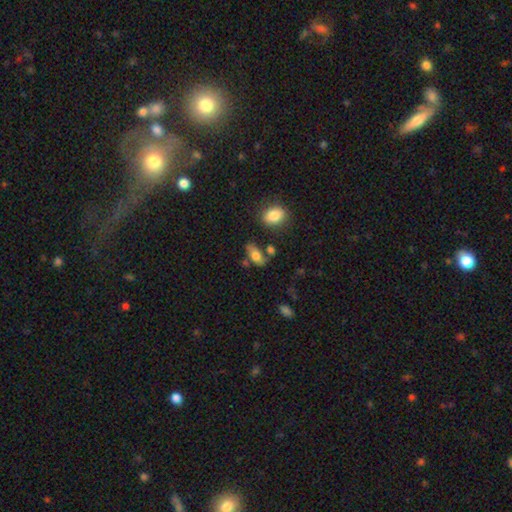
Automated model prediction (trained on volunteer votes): Smooth or featured? smooth (71%)
How rounded? in between (84%)
Merging? none (54%)